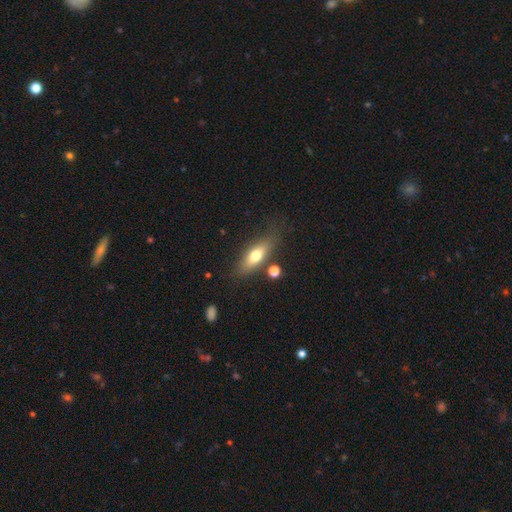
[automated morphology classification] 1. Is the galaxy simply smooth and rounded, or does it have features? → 66% smooth, 26% featured or disk, 8% star or artifact.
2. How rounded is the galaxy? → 64% in between, 32% cigar-shaped, 5% round.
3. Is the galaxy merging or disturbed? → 71% none, 17% minor disturbance, 6% merger, 6% major disturbance.